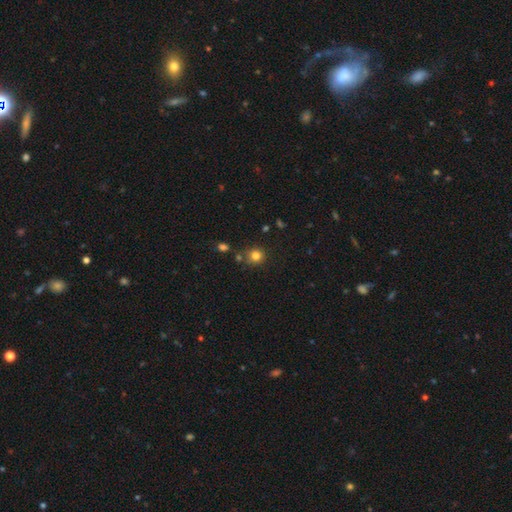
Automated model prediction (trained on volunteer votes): Overall: smooth (81%). How rounded: round (89%). Merging: none (75%).